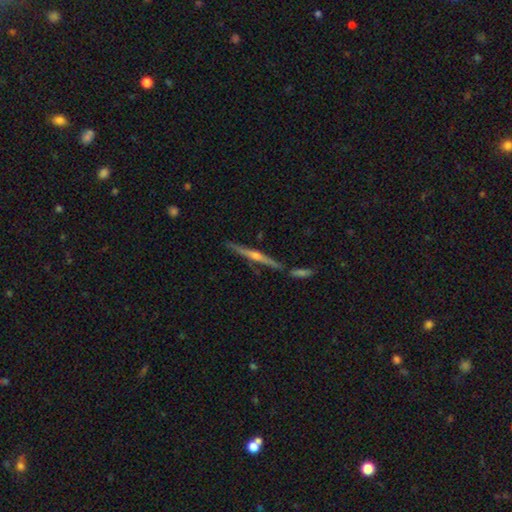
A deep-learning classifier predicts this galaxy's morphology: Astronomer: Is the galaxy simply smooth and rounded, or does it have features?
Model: featured or disk — 82%.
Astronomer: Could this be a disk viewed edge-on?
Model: yes — 98%.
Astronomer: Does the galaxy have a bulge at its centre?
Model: rounded — 88%.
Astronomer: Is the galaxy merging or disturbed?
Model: none — 84%.